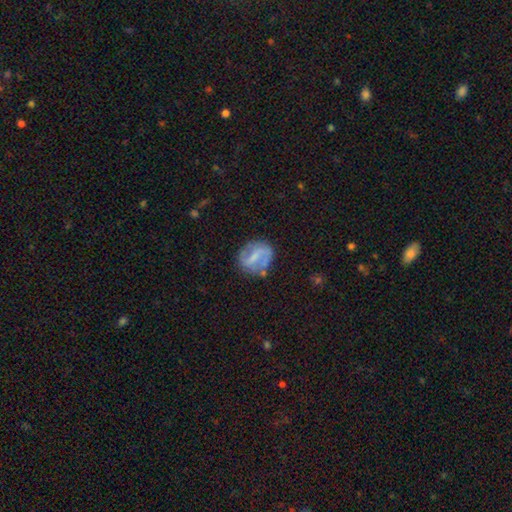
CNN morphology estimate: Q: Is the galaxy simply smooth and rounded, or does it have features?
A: featured or disk — 65%.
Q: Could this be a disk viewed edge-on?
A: no — 96%.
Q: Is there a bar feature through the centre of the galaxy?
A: strong — 52%.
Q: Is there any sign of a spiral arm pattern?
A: yes — 71%.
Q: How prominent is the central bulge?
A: none — 40%.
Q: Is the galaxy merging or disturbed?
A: none — 71%.